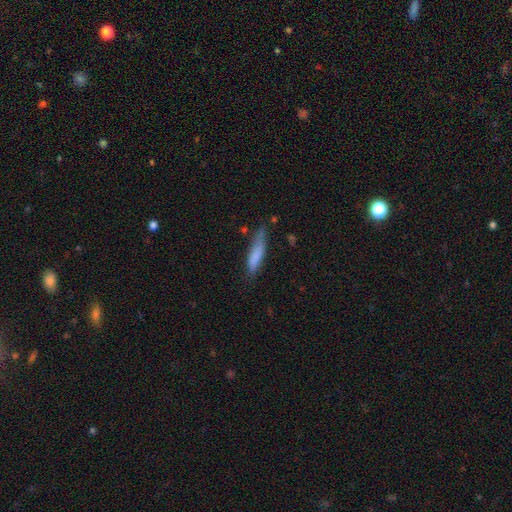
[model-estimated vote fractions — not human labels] Q: Smooth or featured?
A: smooth (78%); runner-up: featured or disk (16%)
Q: How rounded?
A: cigar-shaped (74%); runner-up: in between (24%)
Q: Merging?
A: none (58%); runner-up: minor disturbance (30%)